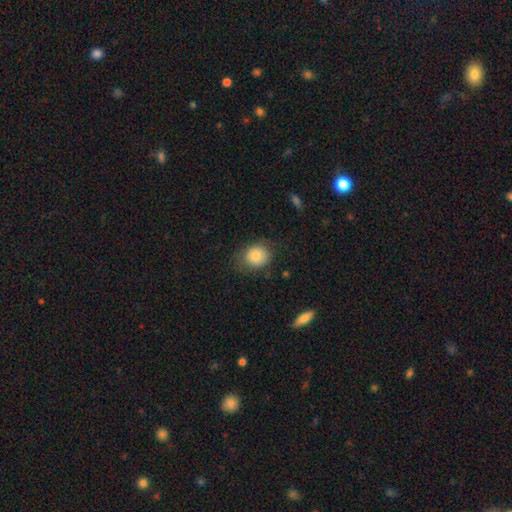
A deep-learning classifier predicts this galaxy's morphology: smooth 83%, star or artifact 9%, featured or disk 8%. Down the decision tree: how rounded — round (66%); merging — none (72%).